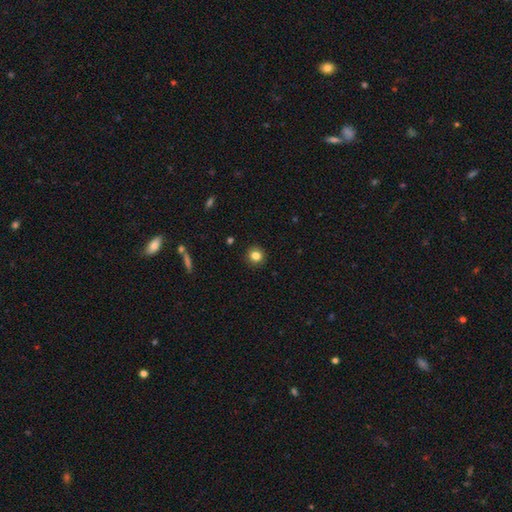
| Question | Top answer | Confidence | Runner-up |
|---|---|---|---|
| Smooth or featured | smooth | 84% | featured or disk (8%) |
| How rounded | round | 84% | in between (16%) |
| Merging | none | 94% | minor disturbance (6%) |